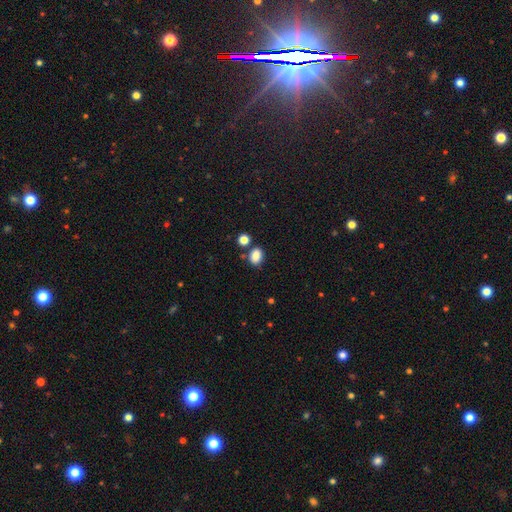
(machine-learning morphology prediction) Smooth or featured? smooth (86%)
How rounded? in between (74%)
Merging? none (71%)